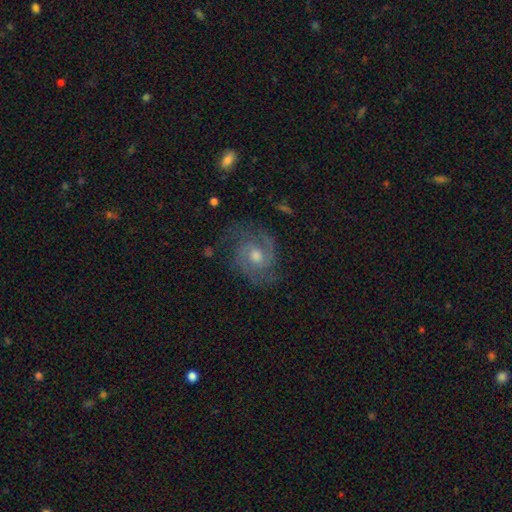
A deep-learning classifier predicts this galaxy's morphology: This appears to be a featured or disk galaxy (82%) with no bar (67%), 2 (58%) medium (46%) spiral arms (94%) and a moderate central bulge (70%). Merging: none (69%).